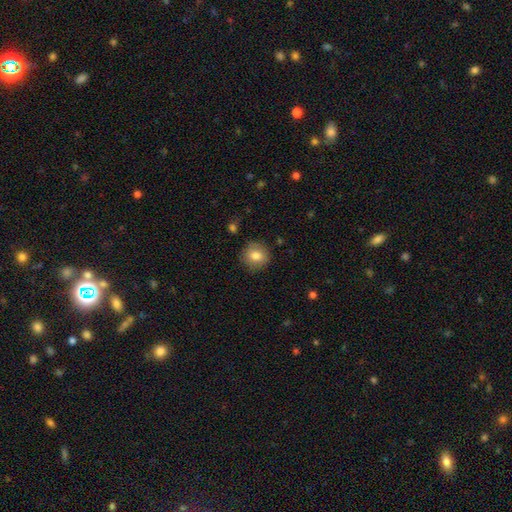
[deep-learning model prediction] smooth_or_featured: smooth (p=0.80) [alt: featured or disk p=0.11]
how_rounded: round (p=0.92) [alt: in between p=0.08]
merging: none (p=0.87) [alt: minor disturbance p=0.09]